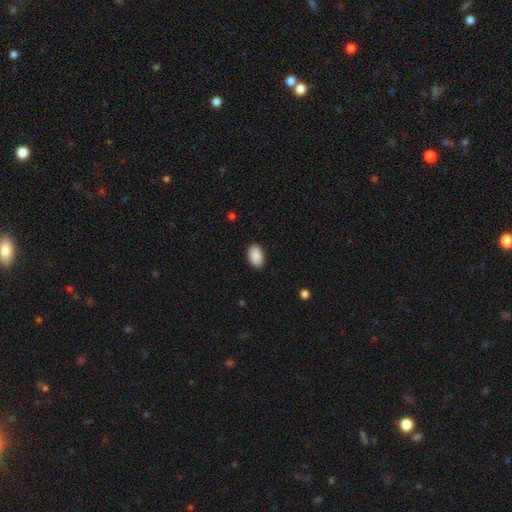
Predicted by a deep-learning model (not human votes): This is clearly a smooth galaxy (91%). How rounded: clearly in between (91%). Merging: clearly none (90%).